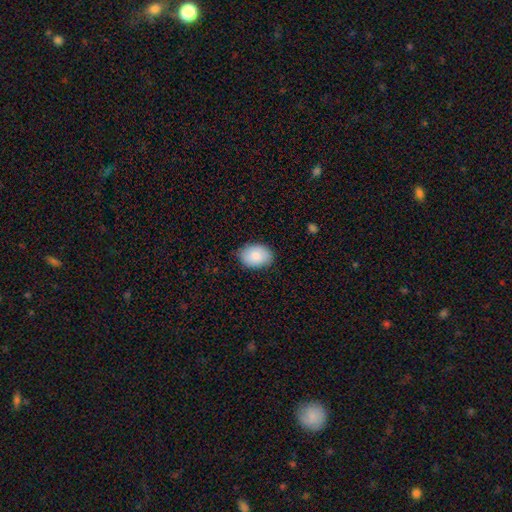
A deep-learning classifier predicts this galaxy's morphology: This appears to be a smooth galaxy with no disk features (87%) that is in between round and cigar-shaped (82%). Merging: none (81%).